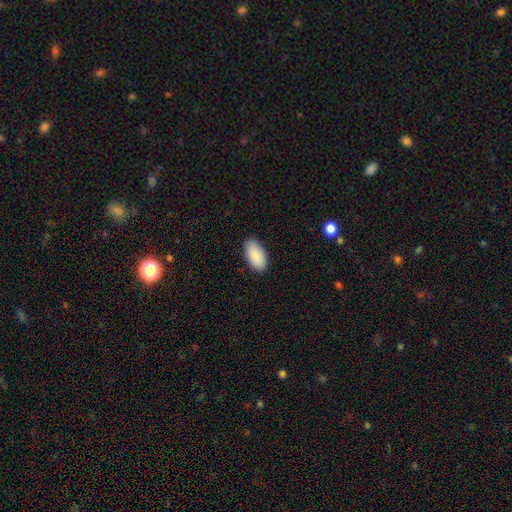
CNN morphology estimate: A smooth galaxy with no disk features (90%) that is in between round and cigar-shaped (96%).

Vote fractions:
- Smooth or featured? smooth: 90% / star or artifact: 6% / featured or disk: 4%
- How rounded? in between: 96% / cigar-shaped: 2% / round: 2%
- Merging? none: 88% / minor disturbance: 9% / major disturbance: 2% / merger: 1%